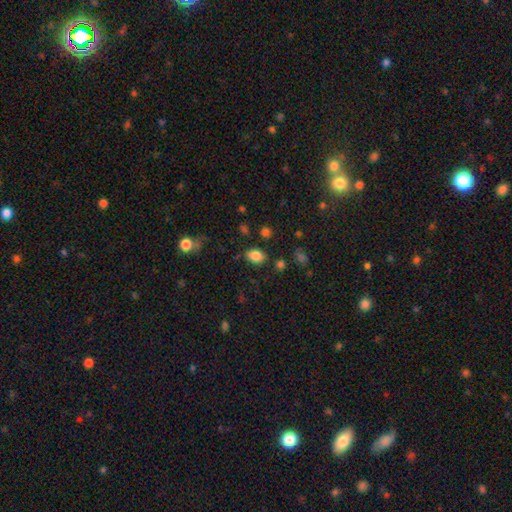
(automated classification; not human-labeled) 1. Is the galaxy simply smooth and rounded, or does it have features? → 83% smooth, 10% star or artifact, 7% featured or disk.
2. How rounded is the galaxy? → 80% in between, 19% round, 1% cigar-shaped.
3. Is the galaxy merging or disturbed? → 80% none, 13% minor disturbance, 3% major disturbance, 3% merger.